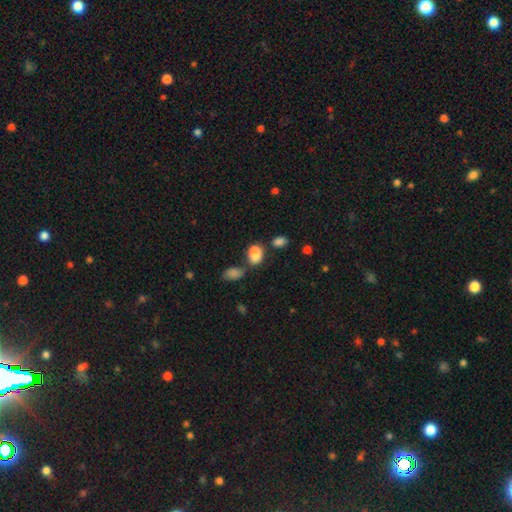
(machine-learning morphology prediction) smooth_or_featured: smooth (p=0.82) [alt: star or artifact p=0.11]
how_rounded: in between (p=0.83) [alt: round p=0.15]
merging: none (p=0.42) [alt: merger p=0.32]